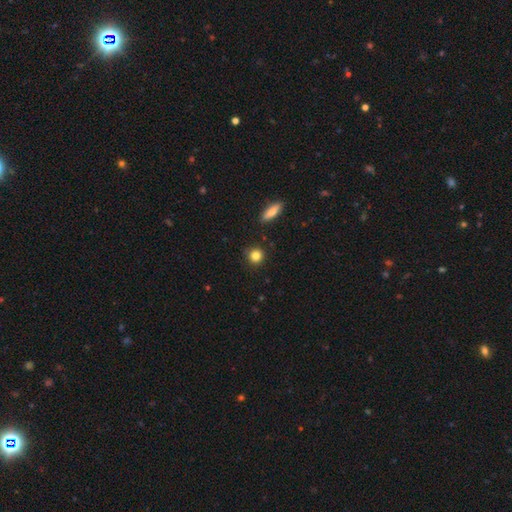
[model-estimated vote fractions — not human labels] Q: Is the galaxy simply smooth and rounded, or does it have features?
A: smooth — 84%.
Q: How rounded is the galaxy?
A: round — 91%.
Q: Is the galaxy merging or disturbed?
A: none — 88%.